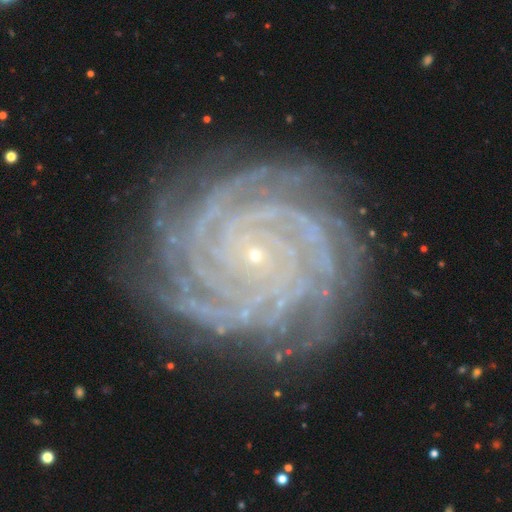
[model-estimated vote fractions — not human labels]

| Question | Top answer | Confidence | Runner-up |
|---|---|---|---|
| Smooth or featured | featured or disk | 92% | star or artifact (5%) |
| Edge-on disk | no | 98% | yes (2%) |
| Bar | no | 75% | weak (15%) |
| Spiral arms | yes | 99% | no (1%) |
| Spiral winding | tight | 87% | medium (11%) |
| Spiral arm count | more than 4 | 36% | 4 (23%) |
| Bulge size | small | 90% | moderate (6%) |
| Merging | none | 83% | minor disturbance (12%) |